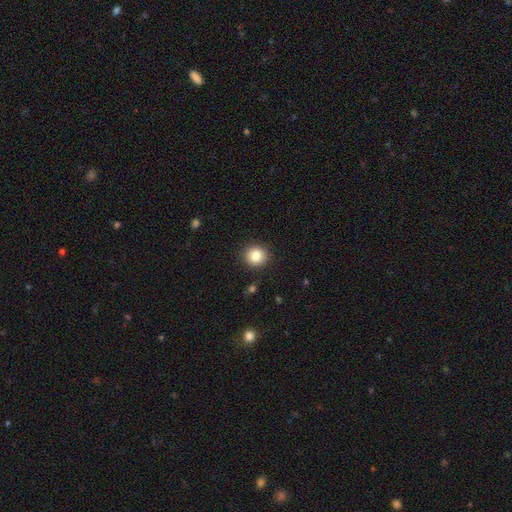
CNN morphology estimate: Overall: smooth (84%). How rounded: round (87%). Merging: none (91%).